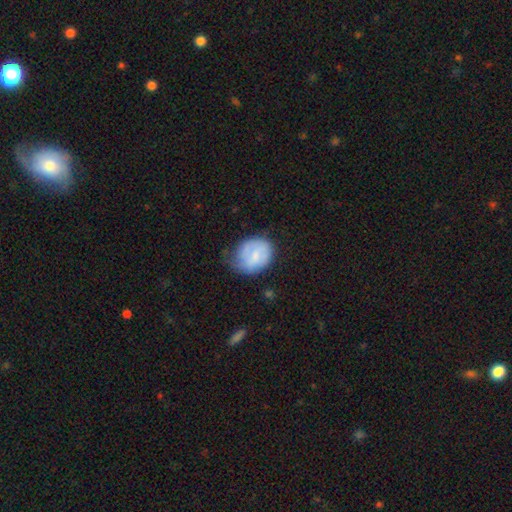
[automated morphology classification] A smooth galaxy with no disk features (63%) that is round (54%). Merging: none (45%).